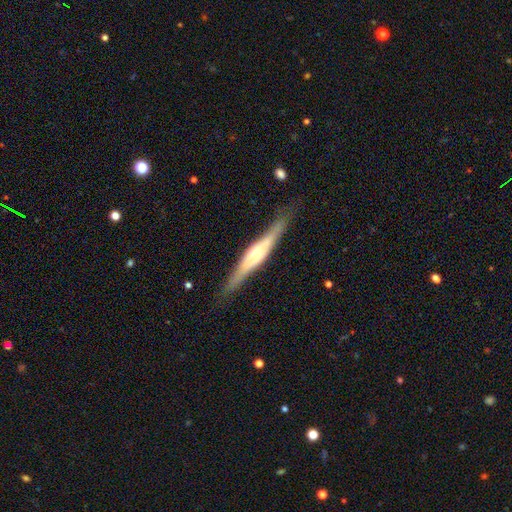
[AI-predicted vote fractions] smooth_or_featured: featured or disk (p=0.73) [alt: smooth p=0.22]
disk_edge_on: yes (p=0.93) [alt: no p=0.07]
edge_on_bulge: rounded (p=0.77) [alt: boxy p=0.16]
merging: none (p=0.84) [alt: minor disturbance p=0.11]